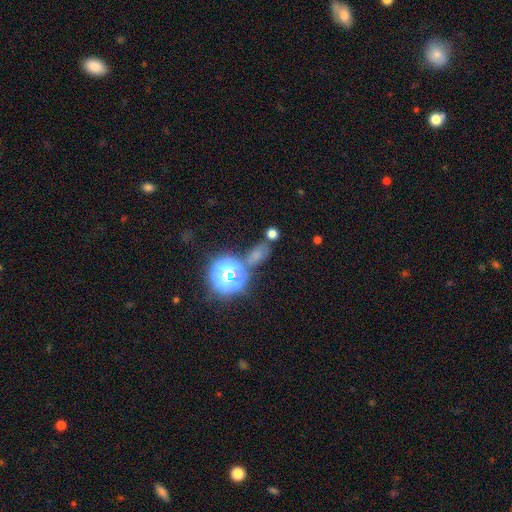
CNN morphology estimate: Smooth or featured? smooth (52%)
How rounded? in between (66%)
Merging? none (57%)